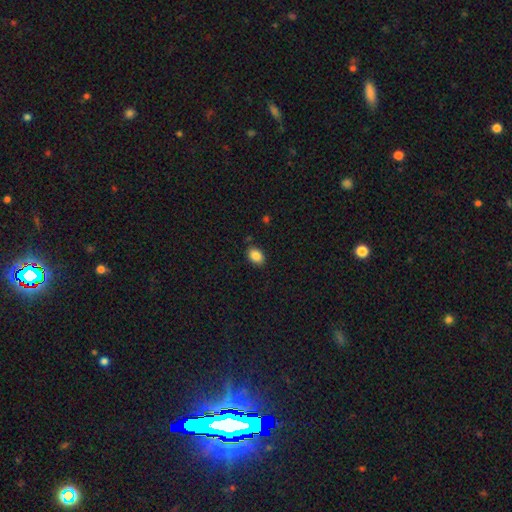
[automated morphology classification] A smooth galaxy with no disk features (87%) that is in between round and cigar-shaped (80%). Merging: none (85%).